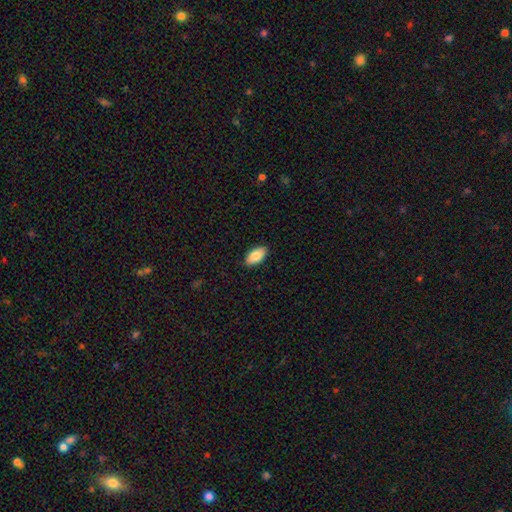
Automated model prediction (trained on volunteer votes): smooth 85%, featured or disk 8%, star or artifact 6%. Down the decision tree: how rounded — in between (94%); merging — none (89%).